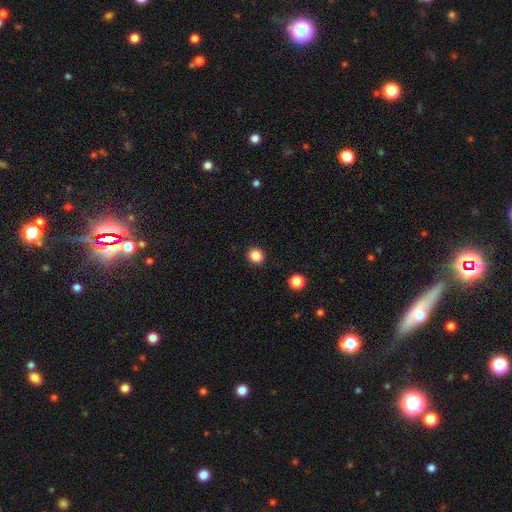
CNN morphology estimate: This is clearly a smooth galaxy (85%). How rounded: clearly round (84%). Merging: clearly none (92%).